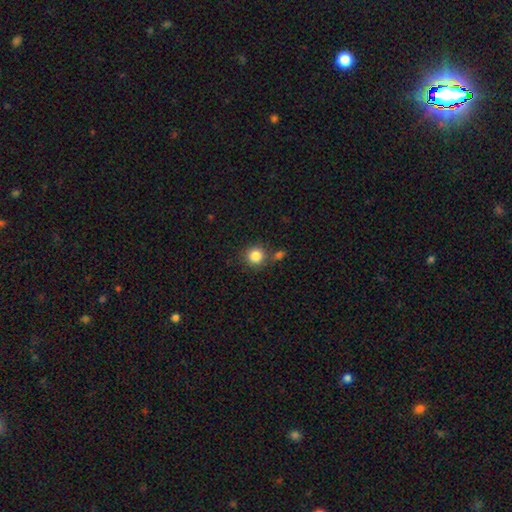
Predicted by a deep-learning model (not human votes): smooth 85%, star or artifact 10%, featured or disk 5%. Down the decision tree: how rounded — round (92%); merging — none (74%).